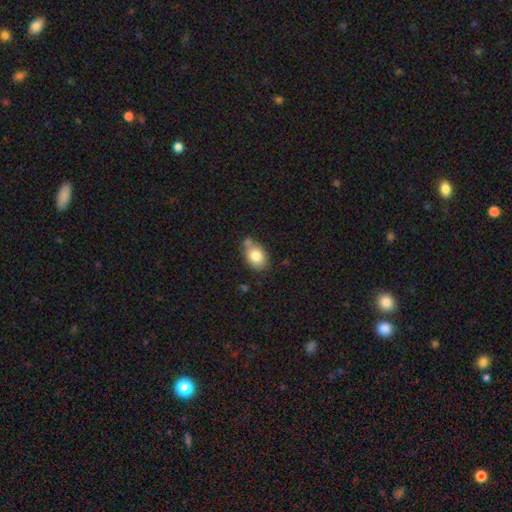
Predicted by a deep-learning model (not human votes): Smooth or featured? smooth (80%)
How rounded? in between (76%)
Merging? none (58%)